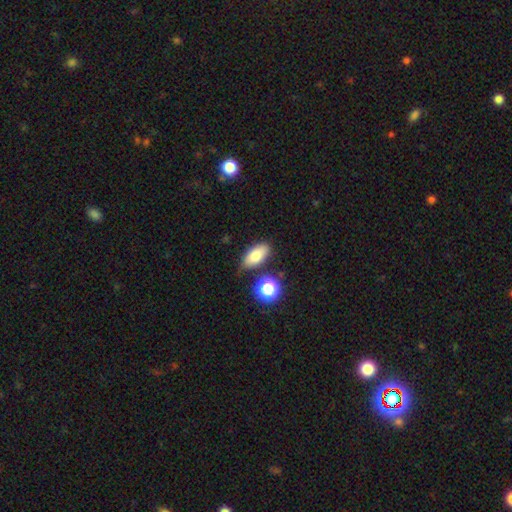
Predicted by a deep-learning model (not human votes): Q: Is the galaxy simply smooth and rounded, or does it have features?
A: smooth — 79%.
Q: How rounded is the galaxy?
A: in between — 84%.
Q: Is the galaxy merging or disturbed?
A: none — 77%.